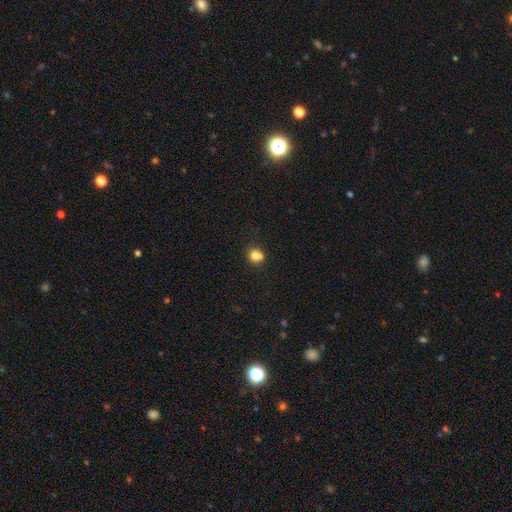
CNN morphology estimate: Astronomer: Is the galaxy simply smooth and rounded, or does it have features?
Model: smooth — 78%.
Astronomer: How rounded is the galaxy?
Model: round — 79%.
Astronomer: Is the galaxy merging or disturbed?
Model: none — 51% (runner-up: merger, 33%).